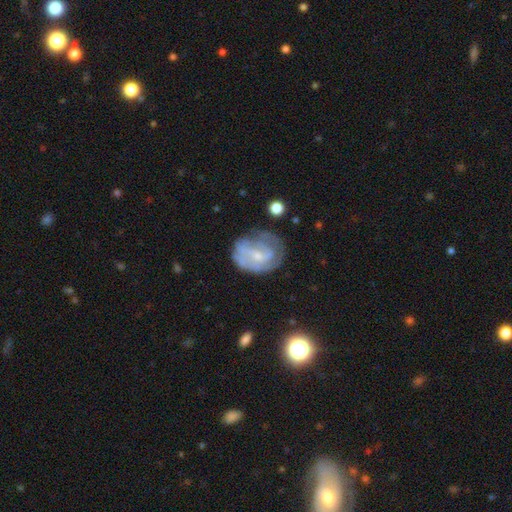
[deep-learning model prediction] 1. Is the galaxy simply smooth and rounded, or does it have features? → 66% featured or disk, 25% smooth, 8% star or artifact.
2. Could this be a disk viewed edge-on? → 97% no, 3% yes.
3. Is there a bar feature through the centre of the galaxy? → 45% no, 44% weak, 11% strong.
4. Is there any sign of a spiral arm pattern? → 70% yes, 30% no.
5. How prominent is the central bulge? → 60% small, 26% moderate, 12% none, 2% large, 1% dominant.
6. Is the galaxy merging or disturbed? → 53% none, 26% minor disturbance, 19% major disturbance, 3% merger.